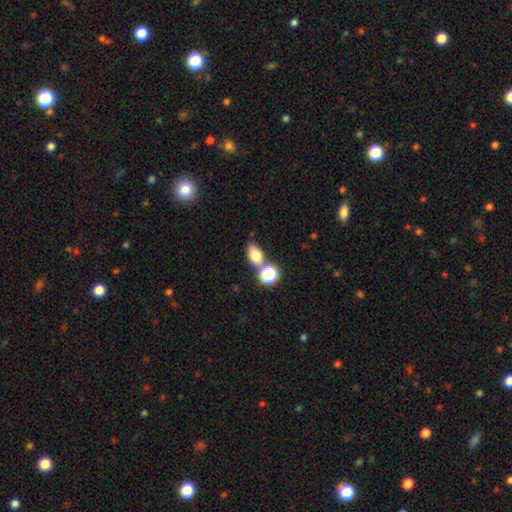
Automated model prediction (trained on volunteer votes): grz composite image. It shows a smooth galaxy with no disk features (76%) that is in between round and cigar-shaped (76%). Merging: none (57%).